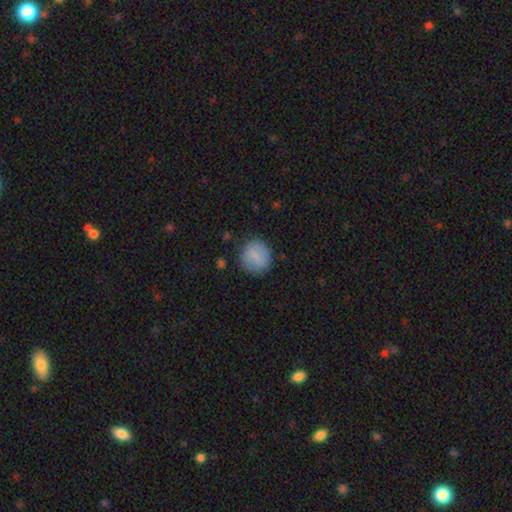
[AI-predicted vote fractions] A smooth galaxy with no disk features (76%) that is round (82%). Merging: none (80%).